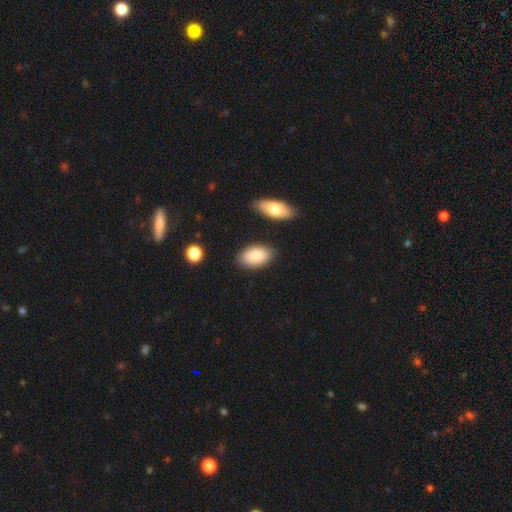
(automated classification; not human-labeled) This is clearly a smooth galaxy (88%). How rounded: clearly in between (94%). Merging: clearly none (83%).